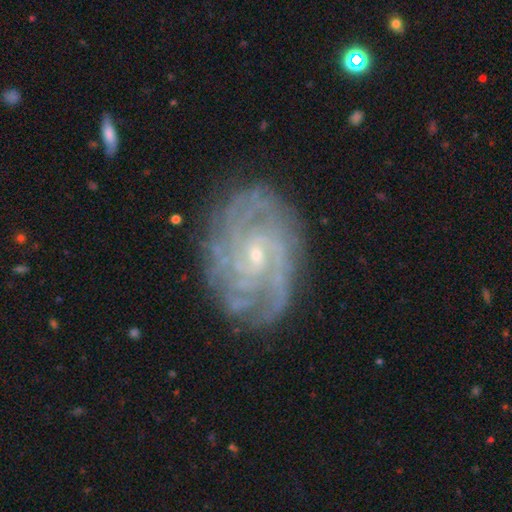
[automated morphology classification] This appears to be a featured or disk galaxy (88%) with no bar (55%), tight (70%) spiral arms (97%) and a small central bulge (80%). Merging: none (80%).